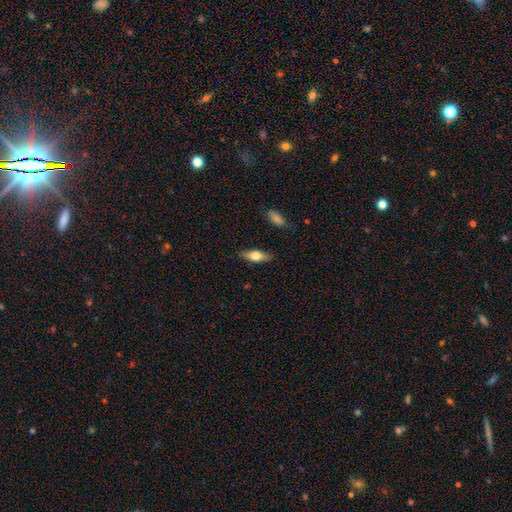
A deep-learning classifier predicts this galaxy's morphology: Smooth or featured? smooth (65%)
How rounded? in between (65%)
Merging? none (86%)